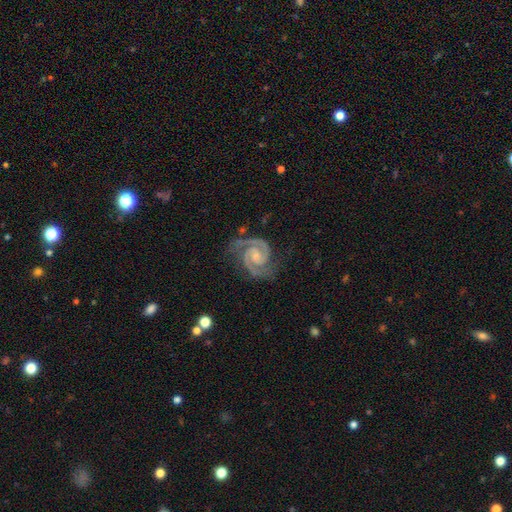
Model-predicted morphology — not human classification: A featured or disk galaxy (93%) with no bar (56%), 2 (92%) tight (59%) spiral arms (99%) and a small central bulge (56%).

Vote fractions:
- Smooth or featured? featured or disk: 93% / star or artifact: 4% / smooth: 3%
- Edge-on disk? no: 98% / yes: 2%
- Bar? no: 56% / weak: 34% / strong: 10%
- Spiral arms? yes: 99% / no: 1%
- Spiral winding? tight: 59% / medium: 38% / loose: 4%
- Spiral arm count? 2: 92% / 3: 3% / can't tell: 1% / 1: 1% / 4: 1% / more than 4: 1%
- Bulge size? small: 56% / moderate: 31% / none: 10% / large: 1% / dominant: 1%
- Merging? none: 76% / minor disturbance: 17% / major disturbance: 5% / merger: 2%